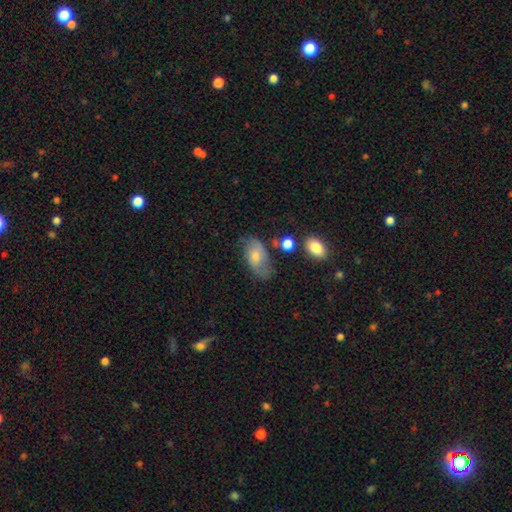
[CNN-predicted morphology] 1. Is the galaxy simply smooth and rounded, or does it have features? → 51% smooth, 39% featured or disk, 10% star or artifact.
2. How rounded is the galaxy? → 90% in between, 7% round, 3% cigar-shaped.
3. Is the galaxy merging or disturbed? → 59% none, 26% minor disturbance, 10% major disturbance, 4% merger.